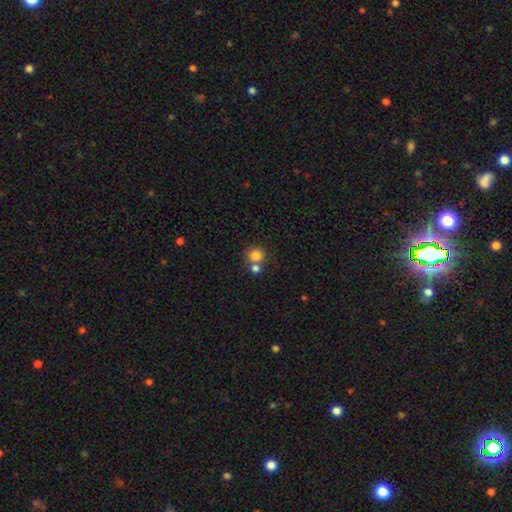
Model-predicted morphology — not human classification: Smooth or featured? smooth (81%)
How rounded? round (89%)
Merging? none (55%)